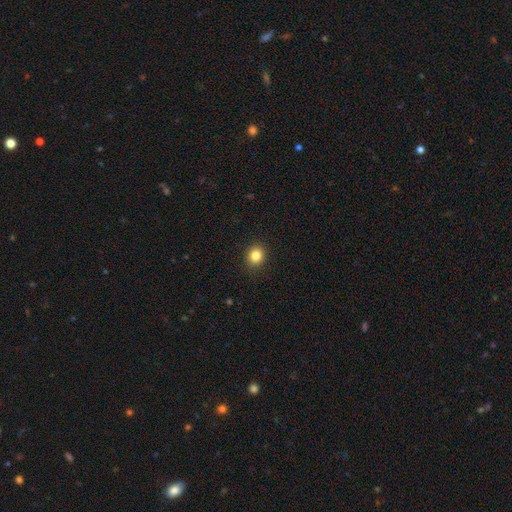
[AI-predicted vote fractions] Morphology: type=smooth (83%); roundness=round (74%); merging=none (90%).